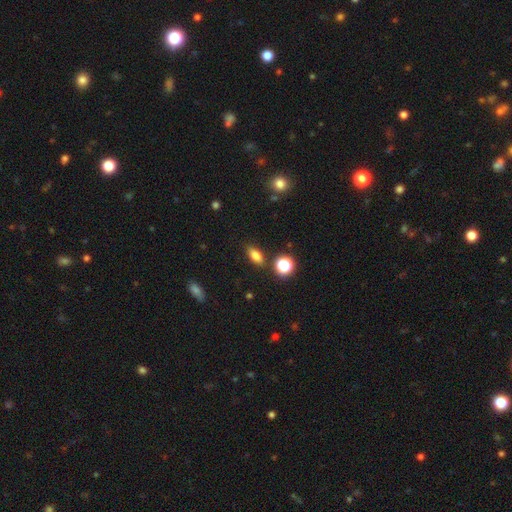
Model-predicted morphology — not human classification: The model was most divided on "smooth or featured": smooth: 79%, star or artifact: 13%, featured or disk: 8%. More confident: merging — none (82%); how rounded — in between (79%).